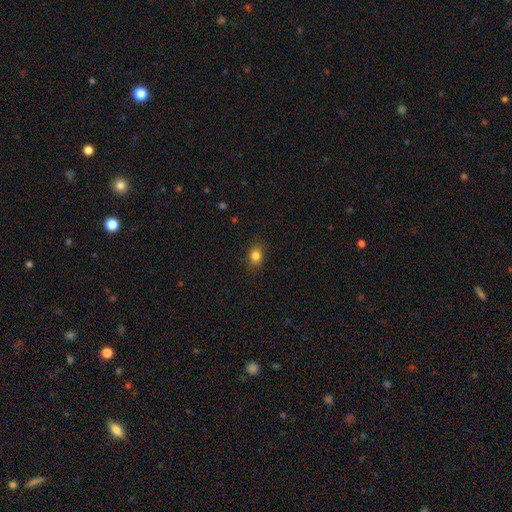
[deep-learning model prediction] The model was most divided on "how rounded": in between: 52%, round: 47%, cigar-shaped: 1%. More confident: merging — none (88%); smooth or featured — smooth (83%).